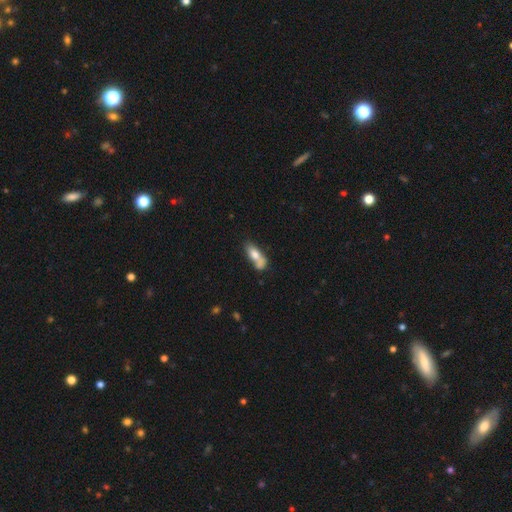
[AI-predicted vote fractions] This appears to be a smooth galaxy with no disk features (70%) that is in between round and cigar-shaped (71%). Merging: merger (43%).